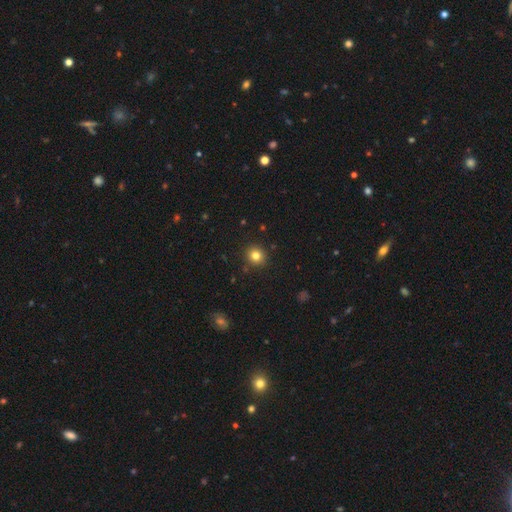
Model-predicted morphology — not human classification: smooth 81%, star or artifact 13%, featured or disk 6%. Down the decision tree: how rounded — round (88%); merging — none (90%).